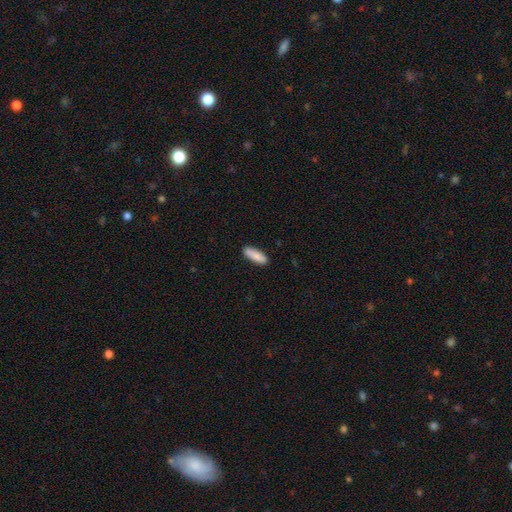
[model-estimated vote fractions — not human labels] Overall: smooth (86%). How rounded: in between (52%; cigar-shaped 46%). Merging: none (88%).